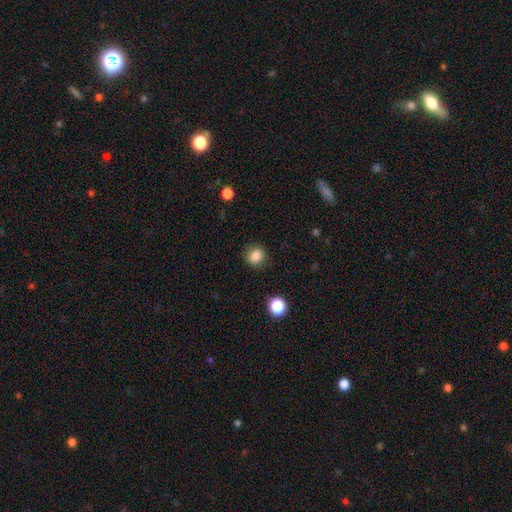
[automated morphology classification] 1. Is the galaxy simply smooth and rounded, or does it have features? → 84% smooth, 11% star or artifact, 5% featured or disk.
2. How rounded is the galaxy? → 81% round, 18% in between, 1% cigar-shaped.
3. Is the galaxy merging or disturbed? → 87% none, 9% minor disturbance, 3% major disturbance, 1% merger.